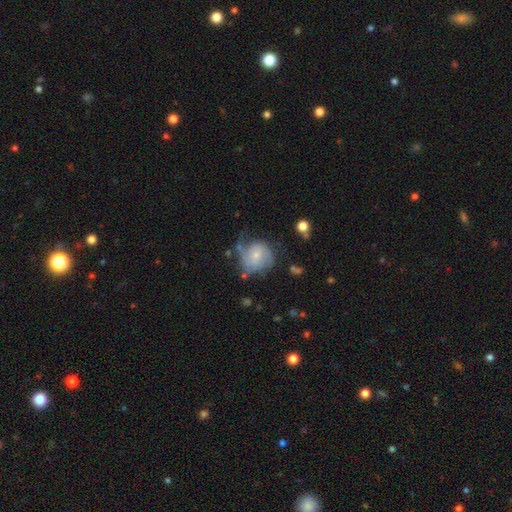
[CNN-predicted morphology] smooth_or_featured: featured or disk (p=0.60) [alt: smooth p=0.33]
disk_edge_on: no (p=0.98) [alt: yes p=0.02]
bar: no (p=0.72) [alt: weak p=0.25]
has_spiral_arms: yes (p=0.83) [alt: no p=0.17]
bulge_size: small (p=0.64) [alt: moderate p=0.29]
merging: none (p=0.46) [alt: minor disturbance p=0.26]